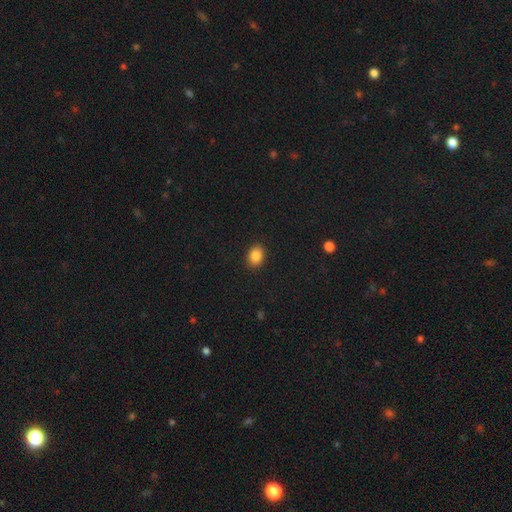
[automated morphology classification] type=smooth (85%); roundness=in between (69%); merging=none (90%).